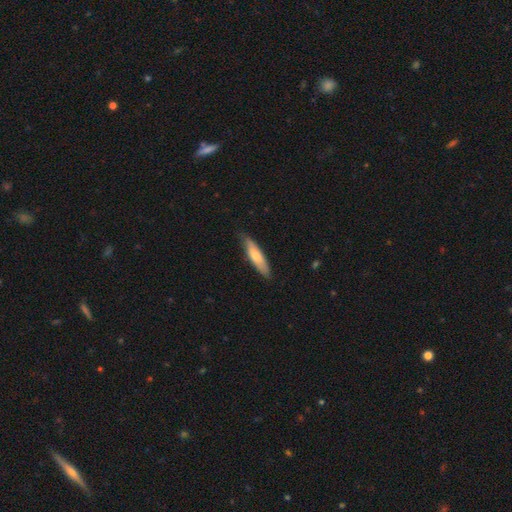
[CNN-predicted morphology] Q: Smooth or featured?
A: smooth (67%); runner-up: featured or disk (28%)
Q: How rounded?
A: cigar-shaped (72%); runner-up: in between (26%)
Q: Merging?
A: none (80%); runner-up: minor disturbance (17%)